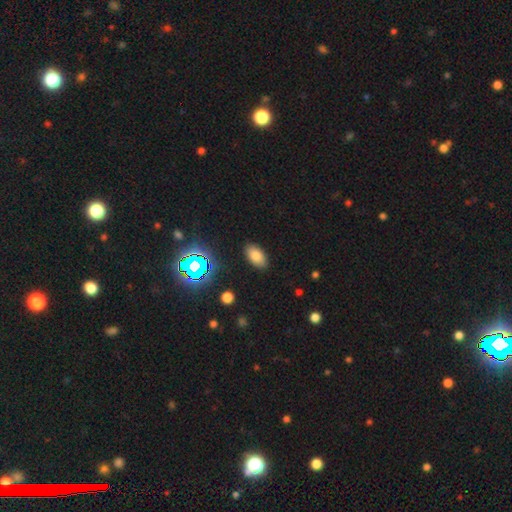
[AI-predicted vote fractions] This is likely a smooth galaxy (76%). How rounded: clearly in between (93%). Merging: clearly none (87%).